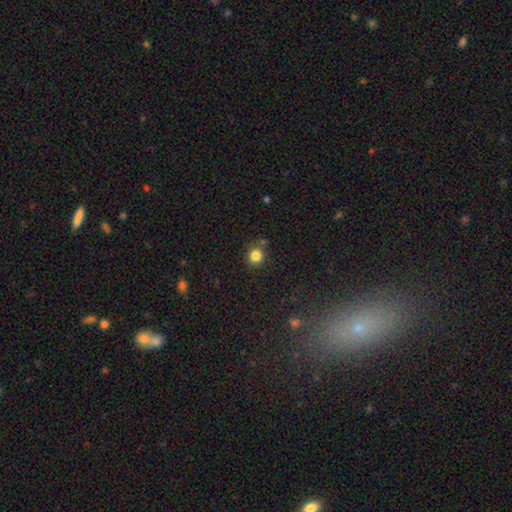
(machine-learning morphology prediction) Q: Smooth or featured?
A: smooth (83%); runner-up: star or artifact (12%)
Q: How rounded?
A: round (90%); runner-up: in between (10%)
Q: Merging?
A: none (79%); runner-up: minor disturbance (10%)